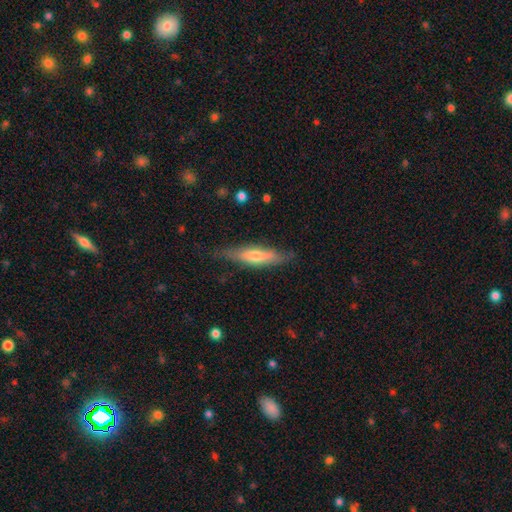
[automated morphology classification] type=smooth (47%, tied with featured or disk); merging=none (77%).